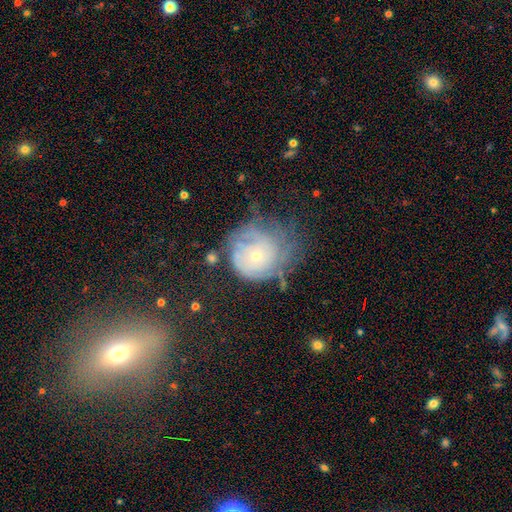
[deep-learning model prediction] Smooth or featured: featured or disk — 60% (smooth — 29%)
Edge-on disk: no — 97% (yes — 3%)
Bar: no — 85% (weak — 12%)
Spiral arms: yes — 74% (no — 26%)
Bulge size: small — 77% (moderate — 18%)
Merging: none — 44% (minor disturbance — 28%)